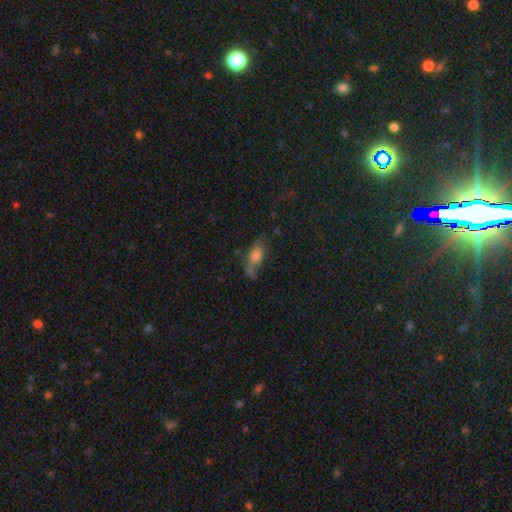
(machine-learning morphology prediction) Smooth or featured?
  - smooth: 57% *
  - featured or disk: 28%
  - star or artifact: 14%
How rounded?
  - in between: 65% *
  - cigar-shaped: 27%
  - round: 7%
Merging?
  - none: 47% *
  - minor disturbance: 26%
  - major disturbance: 18%
  - merger: 9%